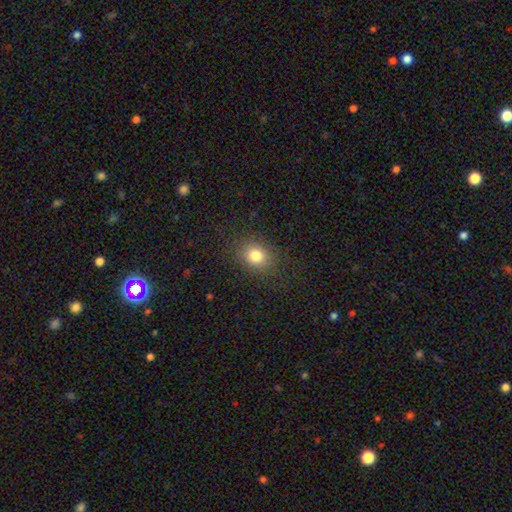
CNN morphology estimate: smooth_or_featured: smooth (p=0.79) [alt: star or artifact p=0.13]
how_rounded: round (p=0.59) [alt: in between p=0.40]
merging: none (p=0.85) [alt: minor disturbance p=0.09]